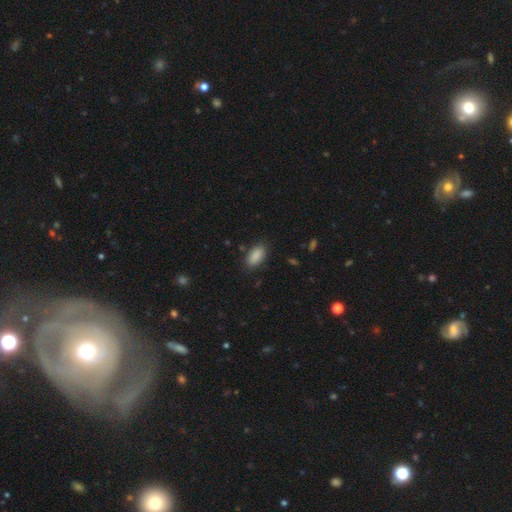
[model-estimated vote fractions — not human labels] Q: Smooth or featured?
A: smooth (89%); runner-up: star or artifact (7%)
Q: How rounded?
A: in between (92%); runner-up: cigar-shaped (5%)
Q: Merging?
A: none (85%); runner-up: minor disturbance (11%)